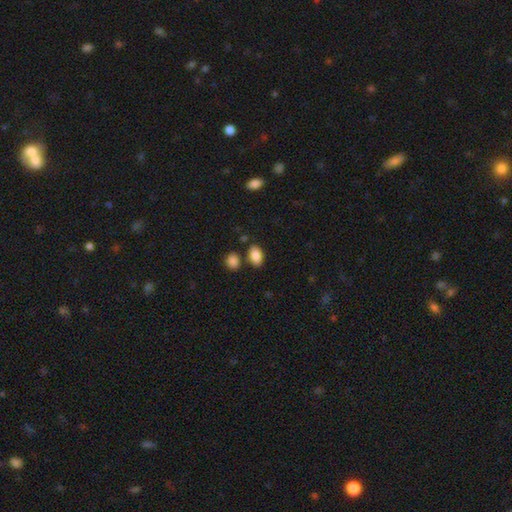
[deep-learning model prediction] Smooth or featured?
  - smooth: 87% *
  - star or artifact: 8%
  - featured or disk: 5%
How rounded?
  - in between: 86% *
  - round: 12%
  - cigar-shaped: 2%
Merging?
  - none: 75% *
  - minor disturbance: 12%
  - merger: 10%
  - major disturbance: 3%